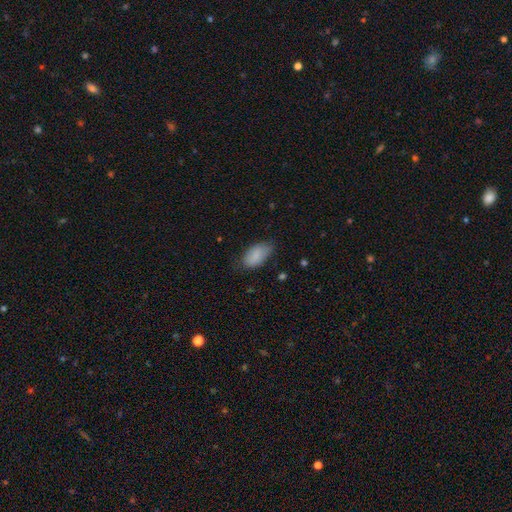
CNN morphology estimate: Overall: smooth (86%). How rounded: in between (94%). Merging: none (69%).